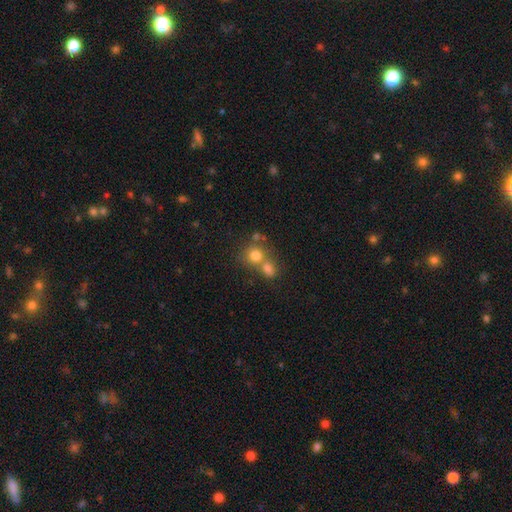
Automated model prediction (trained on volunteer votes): Smooth or featured: smooth — 75% (star or artifact — 13%)
How rounded: round — 82% (in between — 17%)
Merging: merger — 48% (none — 41%)